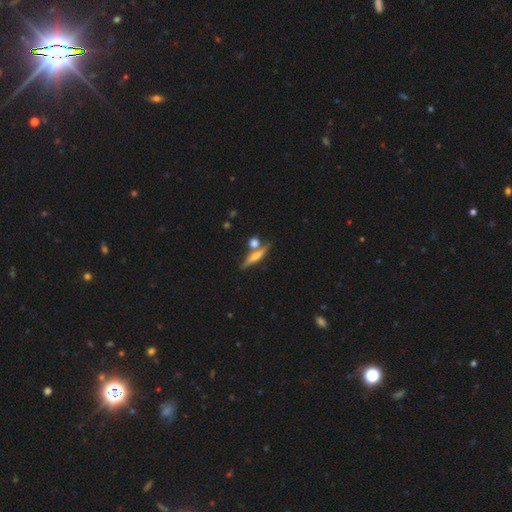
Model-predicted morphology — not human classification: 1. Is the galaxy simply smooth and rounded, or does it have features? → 54% featured or disk, 37% smooth, 8% star or artifact.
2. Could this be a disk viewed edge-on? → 93% yes, 7% no.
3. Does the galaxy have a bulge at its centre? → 82% rounded, 11% none, 7% boxy.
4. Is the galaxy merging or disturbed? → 70% none, 17% merger, 10% minor disturbance, 3% major disturbance.